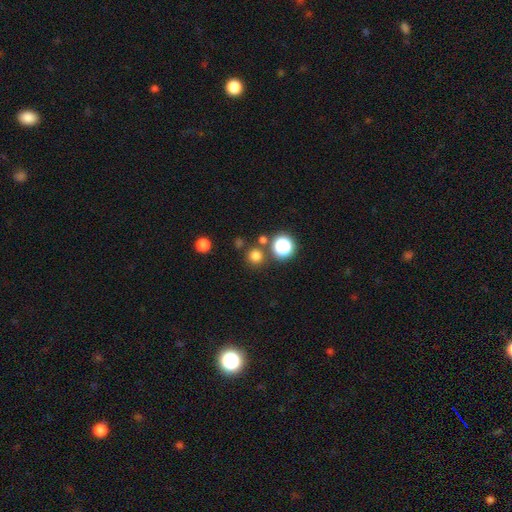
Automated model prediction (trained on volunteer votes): Smooth or featured?
  - smooth: 75% *
  - star or artifact: 20%
  - featured or disk: 5%
How rounded?
  - round: 94% *
  - in between: 5%
  - cigar-shaped: 1%
Merging?
  - none: 82% *
  - merger: 9%
  - minor disturbance: 7%
  - major disturbance: 3%